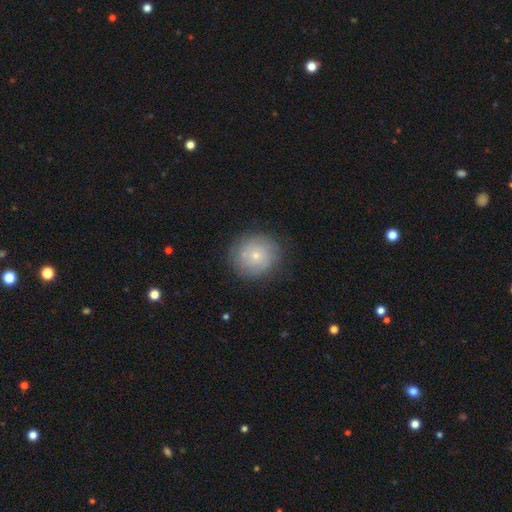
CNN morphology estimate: Smooth or featured?
  - smooth: 52% *
  - featured or disk: 40%
  - star or artifact: 9%
How rounded?
  - round: 90% *
  - in between: 9%
  - cigar-shaped: 1%
Merging?
  - none: 81% *
  - minor disturbance: 13%
  - major disturbance: 5%
  - merger: 1%